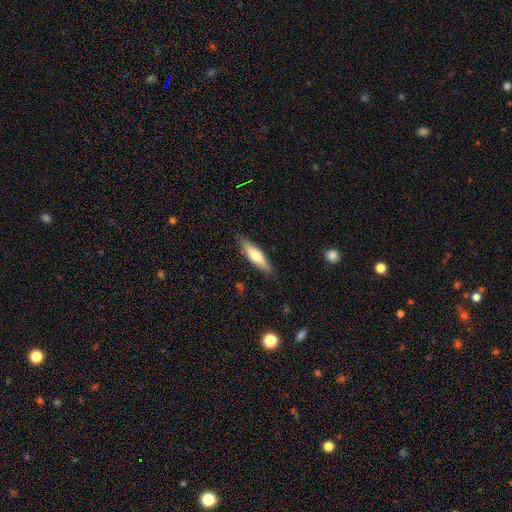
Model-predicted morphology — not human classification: The model was most divided on "how rounded": cigar-shaped: 61%, in between: 37%, round: 2%. More confident: merging — none (86%); smooth or featured — smooth (60%).